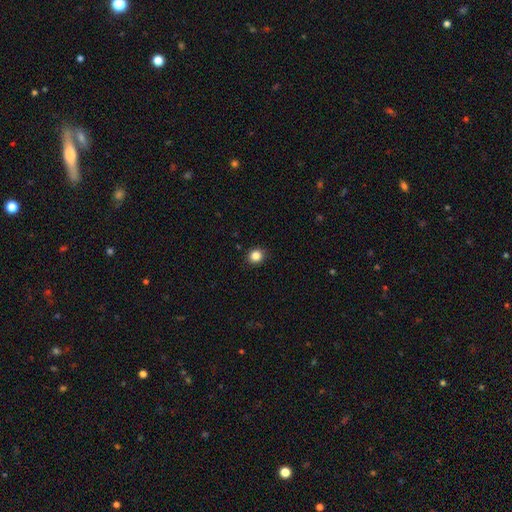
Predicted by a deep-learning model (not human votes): Morphology: type=smooth (85%); roundness=round (84%); merging=none (91%).